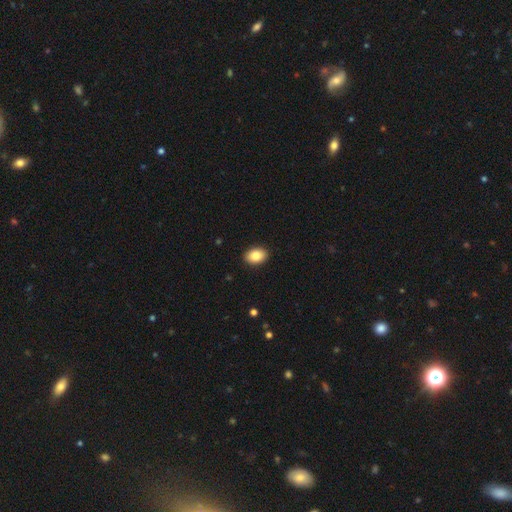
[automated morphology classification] This is clearly a smooth galaxy (86%). How rounded: clearly in between (85%). Merging: clearly none (91%).